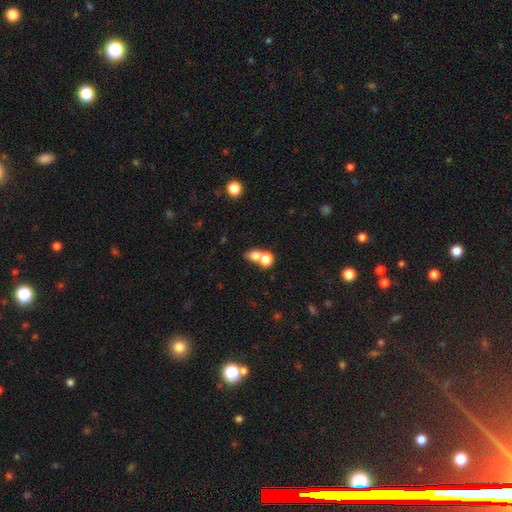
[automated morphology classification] The model was most divided on "how rounded": round: 56%, in between: 42%, cigar-shaped: 2%. More confident: smooth or featured — smooth (75%); merging — merger (59%).